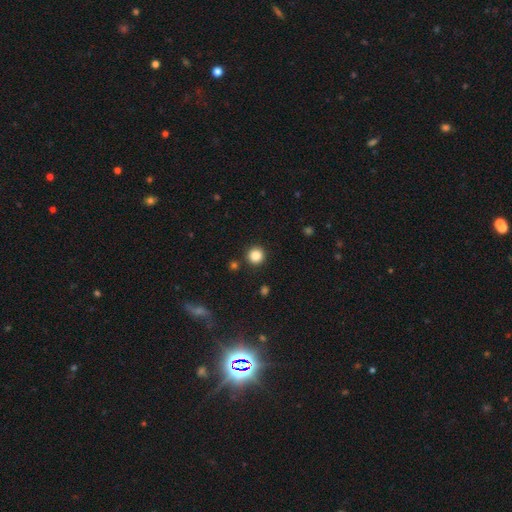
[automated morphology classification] A smooth galaxy with no disk features (85%) that is round (95%). Merging: none (90%).